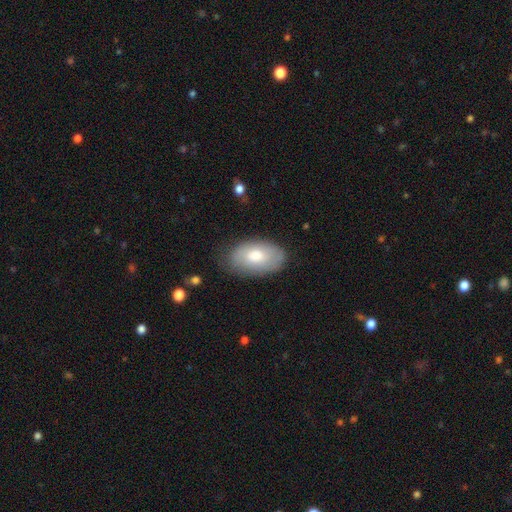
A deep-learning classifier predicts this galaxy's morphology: Smooth or featured: smooth — 71% (featured or disk — 23%)
How rounded: in between — 94% (round — 4%)
Merging: none — 75% (minor disturbance — 19%)